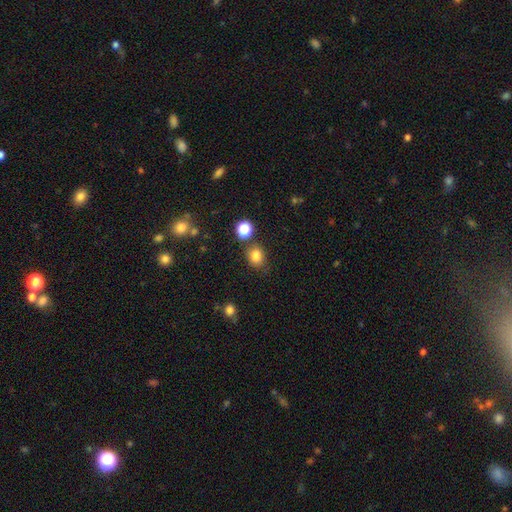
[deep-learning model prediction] Morphology: type=smooth (81%); roundness=round (58%); merging=none (75%).